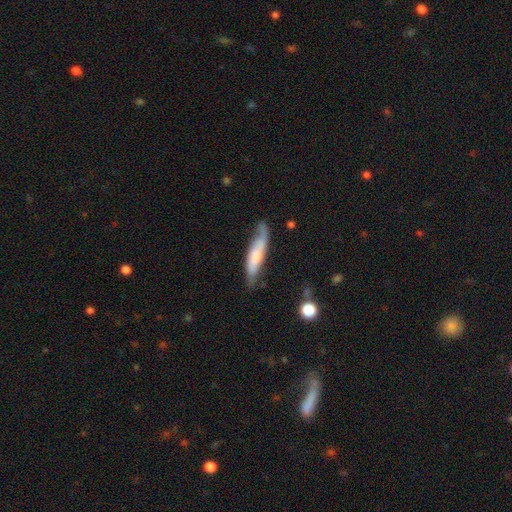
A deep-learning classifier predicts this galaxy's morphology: type=smooth (51%); roundness=cigar-shaped (76%); merging=none (59%).